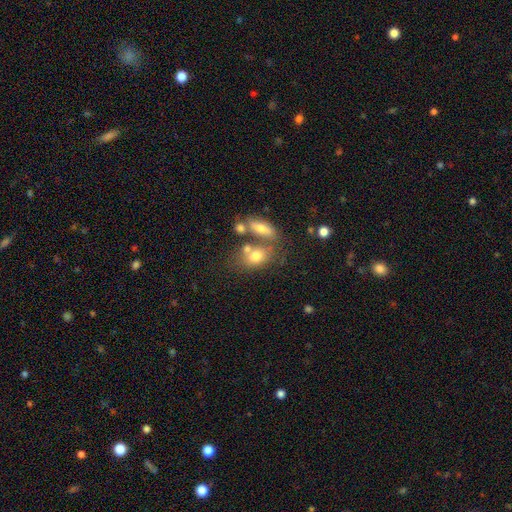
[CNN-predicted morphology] Smooth or featured? smooth (70%)
How rounded? in between (69%)
Merging? none (42%)